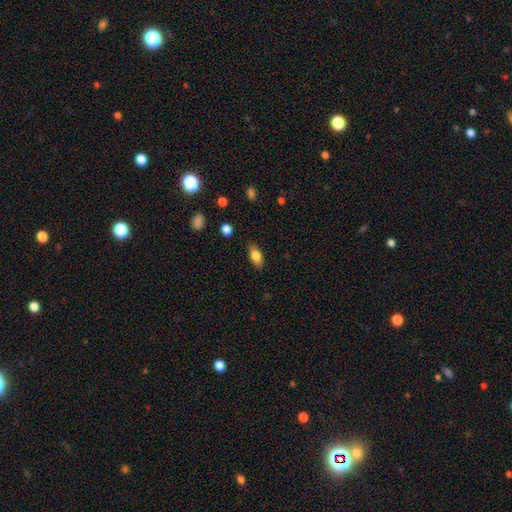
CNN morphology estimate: This appears to be a smooth galaxy with no disk features (83%) that is in between round and cigar-shaped (87%). Merging: none (84%).